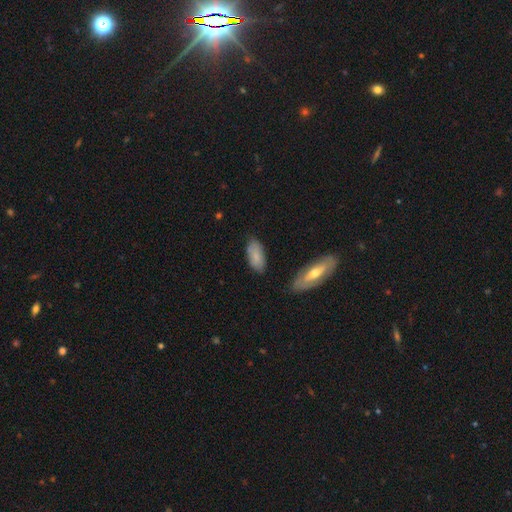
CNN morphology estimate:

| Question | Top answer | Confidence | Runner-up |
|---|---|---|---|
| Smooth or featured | smooth | 76% | featured or disk (17%) |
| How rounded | in between | 89% | cigar-shaped (9%) |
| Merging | none | 75% | minor disturbance (18%) |